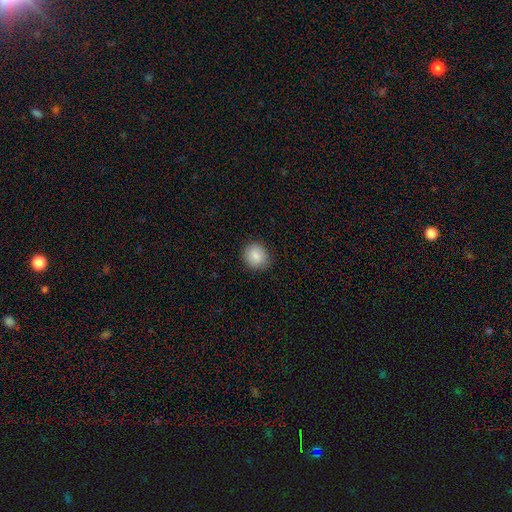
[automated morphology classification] Smooth or featured? smooth (87%)
How rounded? round (86%)
Merging? none (89%)